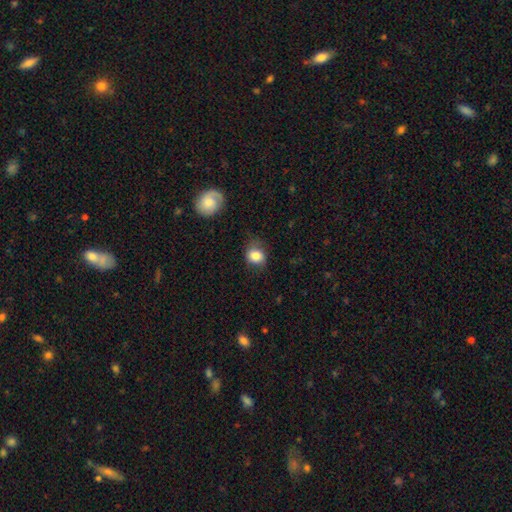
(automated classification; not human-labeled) Morphology: type=smooth (81%); roundness=round (62%); merging=none (61%).